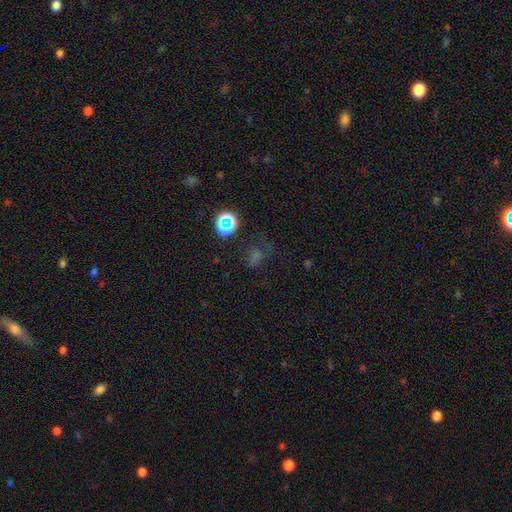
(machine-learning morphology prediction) smooth_or_featured: star or artifact (p=0.52) [alt: smooth p=0.35]